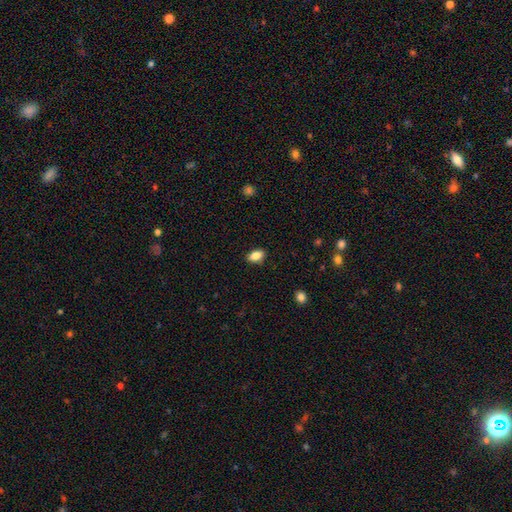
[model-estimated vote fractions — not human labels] Smooth or featured?
  - smooth: 85% *
  - star or artifact: 8%
  - featured or disk: 7%
How rounded?
  - in between: 87% *
  - round: 10%
  - cigar-shaped: 3%
Merging?
  - none: 87% *
  - minor disturbance: 10%
  - major disturbance: 2%
  - merger: 1%